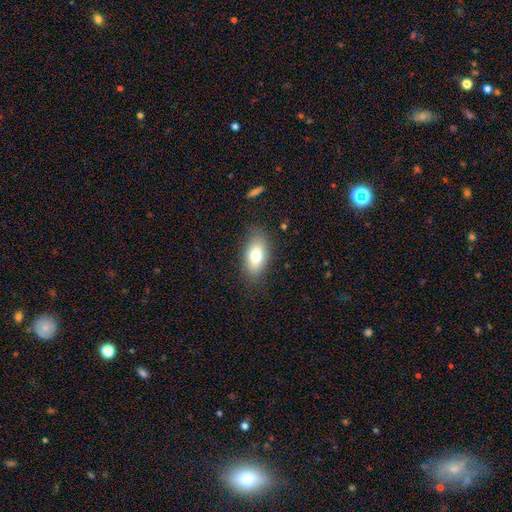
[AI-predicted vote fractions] This appears to be a smooth galaxy with no disk features (74%) that is in between round and cigar-shaped (87%). Merging: none (80%).